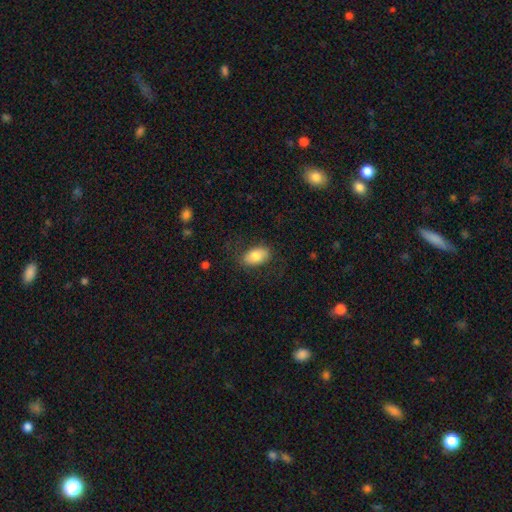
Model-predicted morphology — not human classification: Smooth or featured? smooth (79%)
How rounded? in between (91%)
Merging? none (77%)